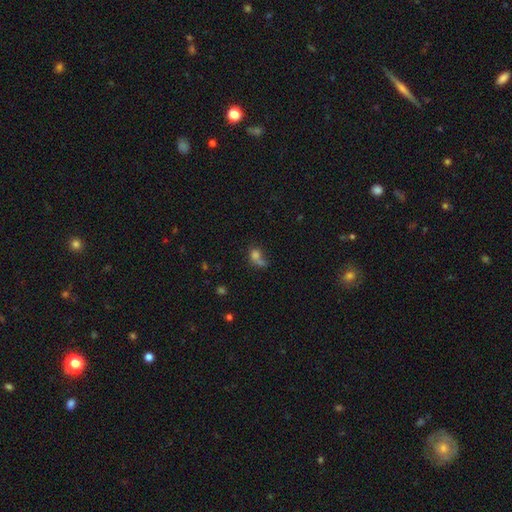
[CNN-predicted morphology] type=smooth (67%); roundness=in between (52%); merging=merger (32%).